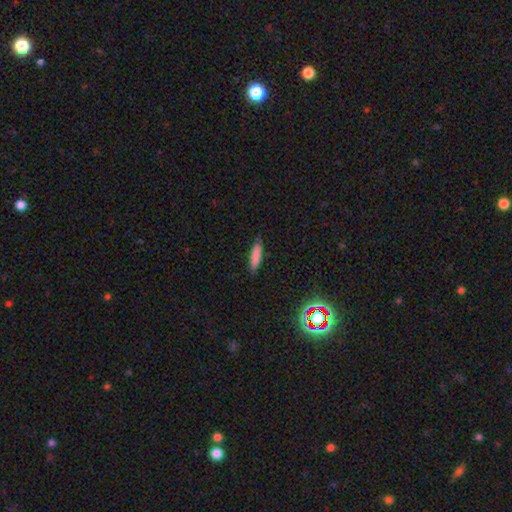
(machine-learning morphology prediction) smooth 82%, featured or disk 10%, star or artifact 8%. Down the decision tree: how rounded — cigar-shaped (75%); merging — none (83%).